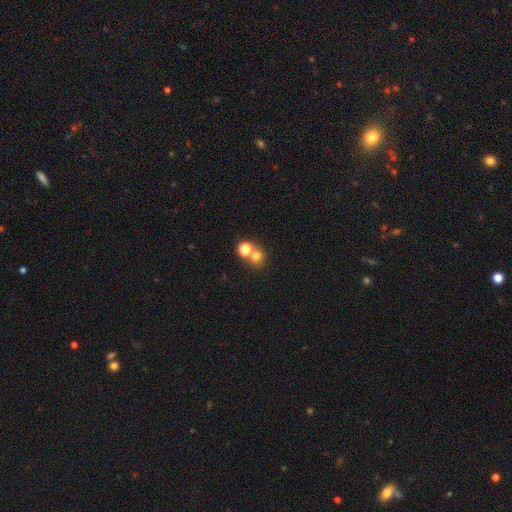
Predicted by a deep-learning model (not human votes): A smooth galaxy with no disk features (73%) that is round (85%).

Vote fractions:
- Smooth or featured? smooth: 73% / star or artifact: 17% / featured or disk: 10%
- How rounded? round: 85% / in between: 14% / cigar-shaped: 1%
- Merging? none: 51% / merger: 41% / minor disturbance: 6% / major disturbance: 3%